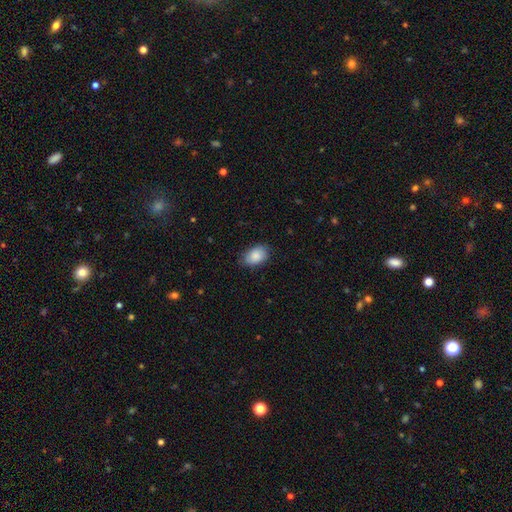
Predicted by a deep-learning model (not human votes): Smooth or featured? smooth (88%)
How rounded? in between (88%)
Merging? none (79%)